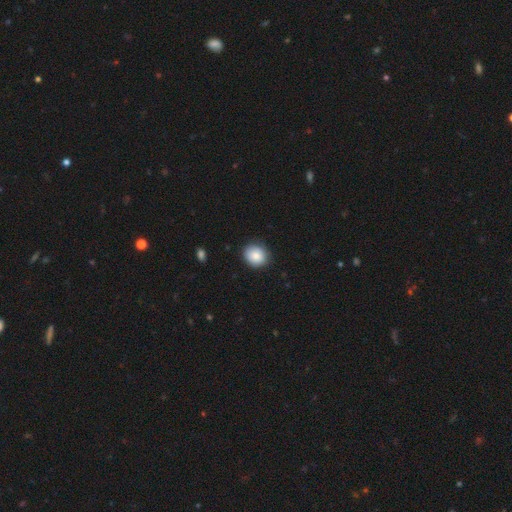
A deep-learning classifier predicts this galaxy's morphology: This appears to be a smooth galaxy with no disk features (85%) that is round (77%). Merging: none (86%).